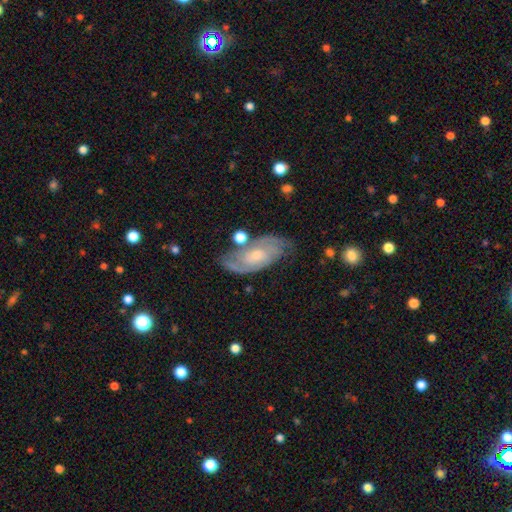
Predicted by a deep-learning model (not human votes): A featured or disk galaxy (76%) with no bar (60%), 2 (70%) tight (50%) spiral arms (91%) and a small central bulge (49%). Merging: none (67%).